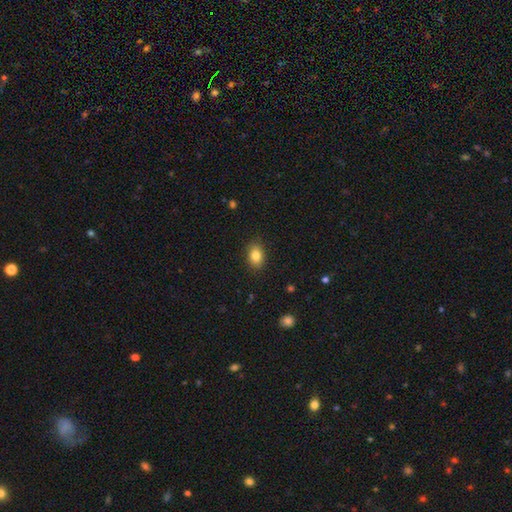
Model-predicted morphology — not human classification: A smooth galaxy with no disk features (83%) that is in between round and cigar-shaped (76%).

Vote fractions:
- Smooth or featured? smooth: 83% / star or artifact: 9% / featured or disk: 8%
- How rounded? in between: 76% / round: 23% / cigar-shaped: 1%
- Merging? none: 88% / minor disturbance: 9% / major disturbance: 2% / merger: 1%